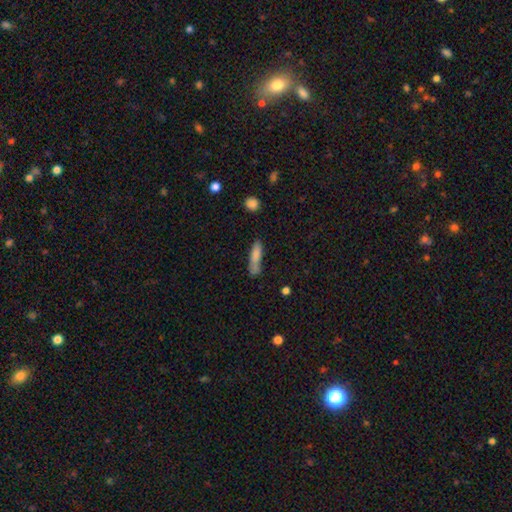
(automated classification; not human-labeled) Smooth or featured? Predicted: smooth (p=0.79). How rounded? Predicted: cigar-shaped (p=0.77). Merging? Predicted: none (p=0.58).